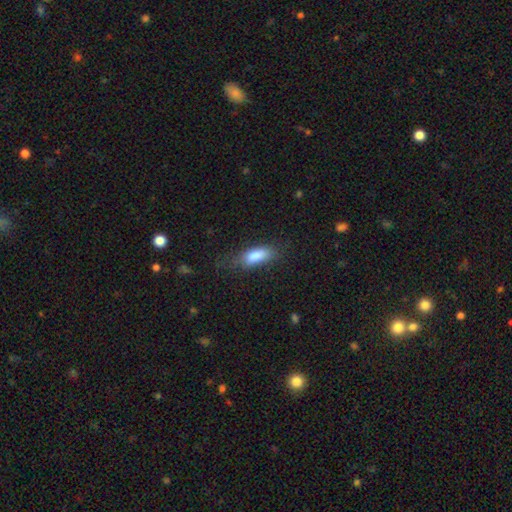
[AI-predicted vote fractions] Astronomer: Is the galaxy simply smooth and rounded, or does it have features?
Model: smooth — 81%.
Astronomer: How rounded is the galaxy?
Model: in between — 74%.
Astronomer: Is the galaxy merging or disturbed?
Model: none — 55%.